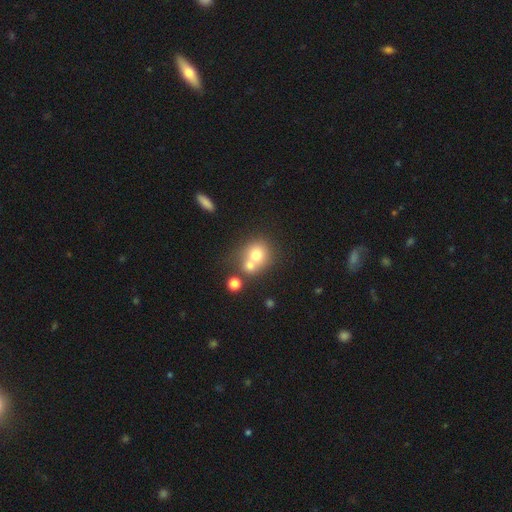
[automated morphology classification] A smooth galaxy with no disk features (69%) that is round (77%).

Vote fractions:
- Smooth or featured? smooth: 69% / featured or disk: 18% / star or artifact: 13%
- How rounded? round: 77% / in between: 22% / cigar-shaped: 1%
- Merging? merger: 52% / none: 37% / minor disturbance: 8% / major disturbance: 3%